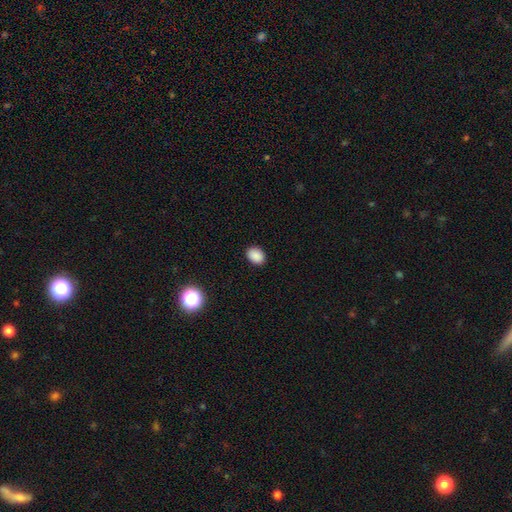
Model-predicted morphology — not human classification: Smooth or featured?
  - smooth: 88% *
  - star or artifact: 9%
  - featured or disk: 3%
How rounded?
  - in between: 69% *
  - round: 30%
  - cigar-shaped: 1%
Merging?
  - none: 90% *
  - minor disturbance: 7%
  - major disturbance: 2%
  - merger: 1%